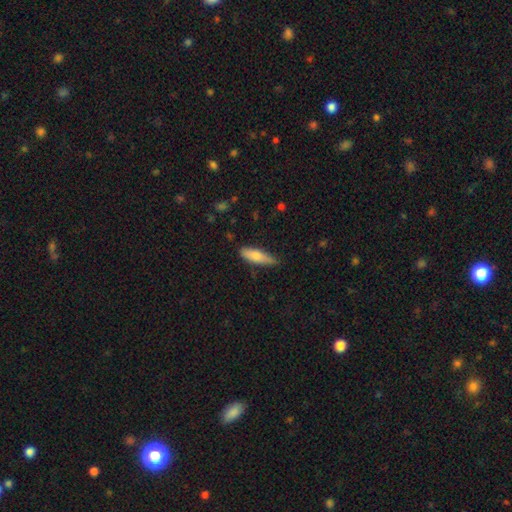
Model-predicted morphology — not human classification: type=smooth (78%); roundness=cigar-shaped (54%); merging=none (73%).